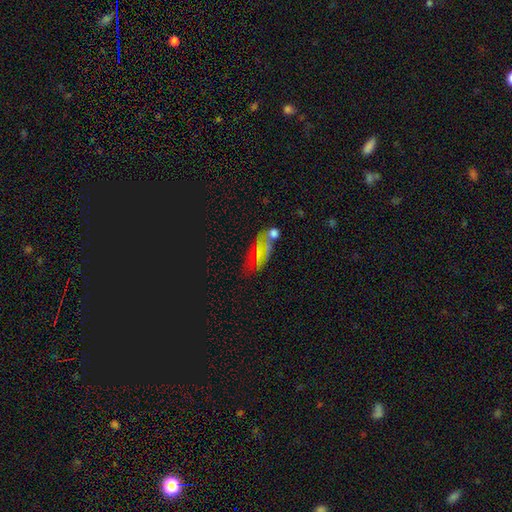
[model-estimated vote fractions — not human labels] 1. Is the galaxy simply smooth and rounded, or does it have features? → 39% smooth, 37% star or artifact, 24% featured or disk.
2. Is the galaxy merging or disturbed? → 55% none, 21% minor disturbance, 13% major disturbance, 11% merger.